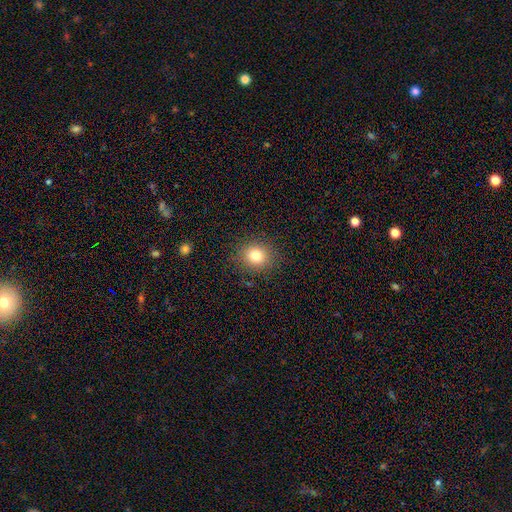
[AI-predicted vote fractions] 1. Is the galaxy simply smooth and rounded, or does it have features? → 79% smooth, 13% star or artifact, 8% featured or disk.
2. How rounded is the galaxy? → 80% round, 19% in between, 1% cigar-shaped.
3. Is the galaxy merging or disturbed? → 88% none, 8% minor disturbance, 3% major disturbance, 1% merger.